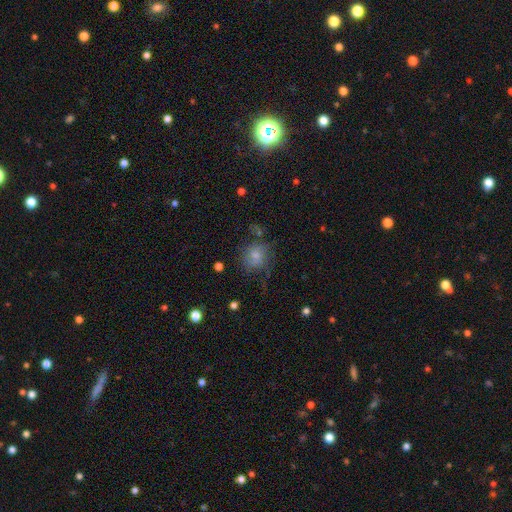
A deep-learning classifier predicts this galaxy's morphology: Smooth or featured? Predicted: smooth (p=0.67). How rounded? Predicted: round (p=0.75). Merging? Predicted: none (p=0.51).